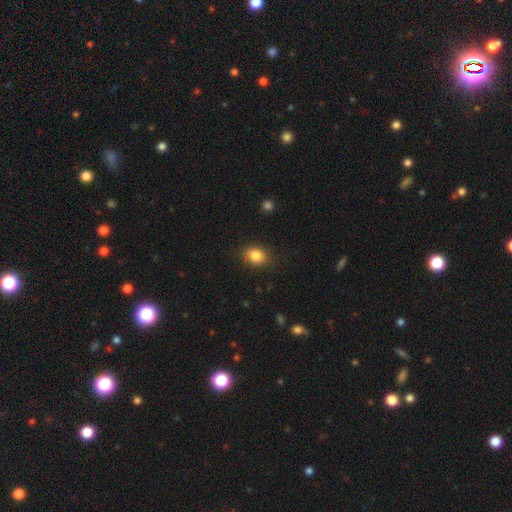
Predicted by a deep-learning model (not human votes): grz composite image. It shows a smooth galaxy with no disk features (84%) that is in between round and cigar-shaped (58%). Merging: none (84%).